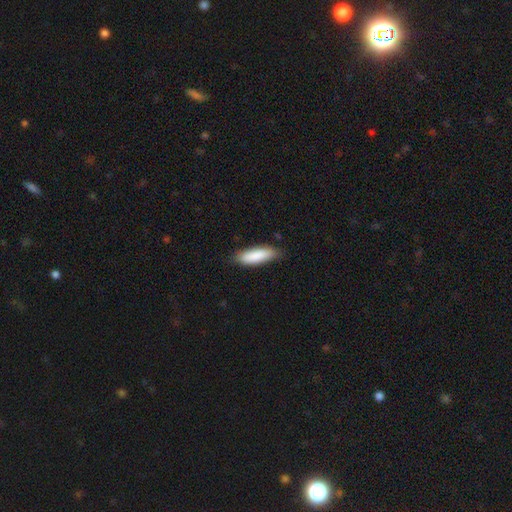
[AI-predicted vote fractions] smooth 87%, featured or disk 8%, star or artifact 5%. Down the decision tree: how rounded — cigar-shaped (53%); merging — none (84%).